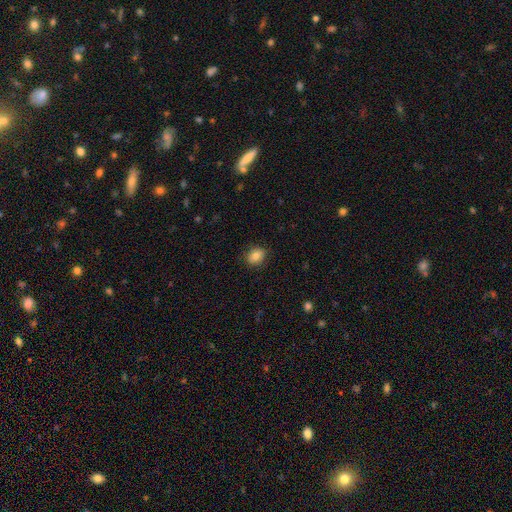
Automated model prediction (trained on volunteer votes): Q: Smooth or featured?
A: smooth (83%); runner-up: star or artifact (9%)
Q: How rounded?
A: round (55%); runner-up: in between (44%)
Q: Merging?
A: none (86%); runner-up: minor disturbance (10%)